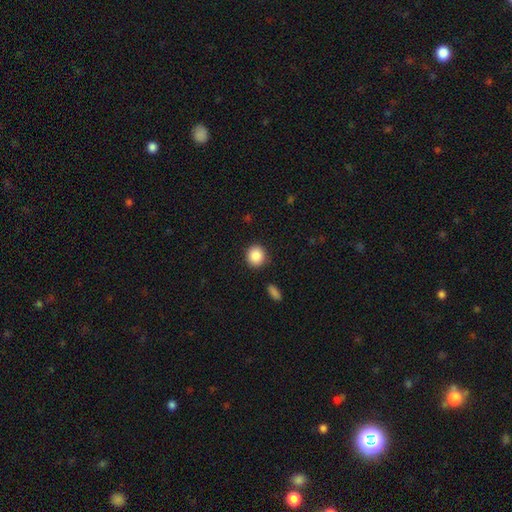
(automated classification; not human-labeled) smooth 88%, star or artifact 8%, featured or disk 4%. Down the decision tree: how rounded — round (88%); merging — none (89%).